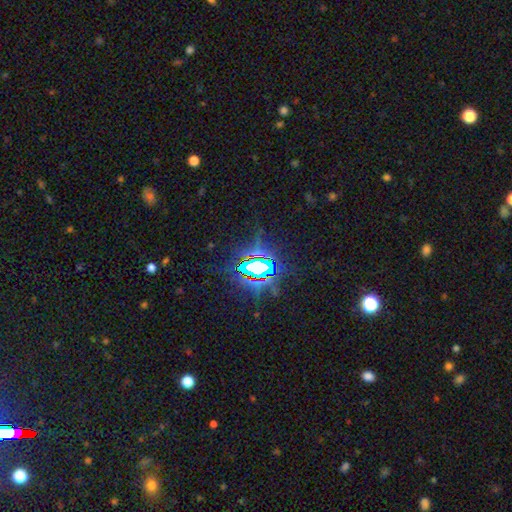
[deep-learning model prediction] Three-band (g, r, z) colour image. It shows a star or artifact, not a galaxy (80%).